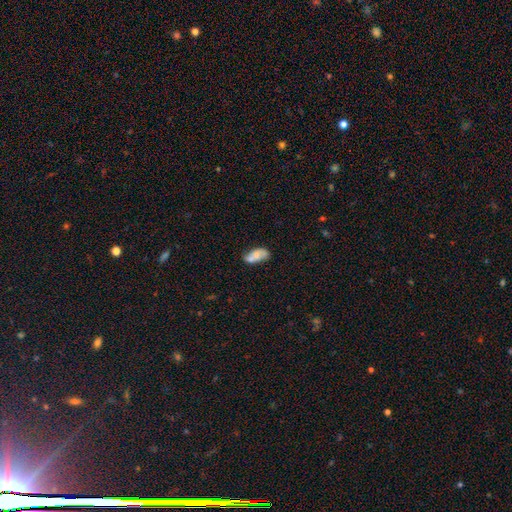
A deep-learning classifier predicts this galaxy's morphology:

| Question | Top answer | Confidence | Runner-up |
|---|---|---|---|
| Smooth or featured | smooth | 57% | featured or disk (35%) |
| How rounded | in between | 89% | cigar-shaped (6%) |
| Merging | none | 48% | minor disturbance (23%) |